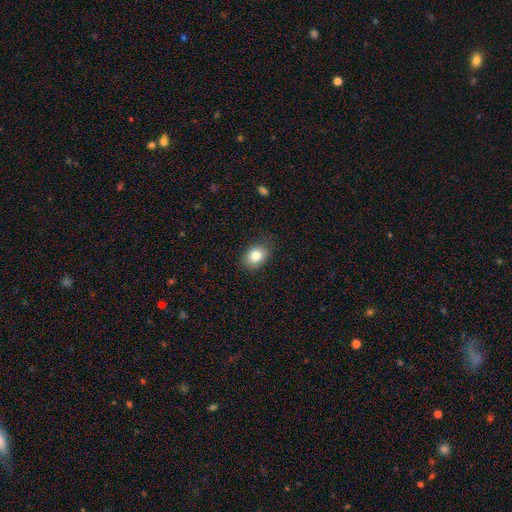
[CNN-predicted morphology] Smooth or featured? Predicted: smooth (p=0.83). How rounded? Predicted: in between (p=0.72). Merging? Predicted: none (p=0.85).